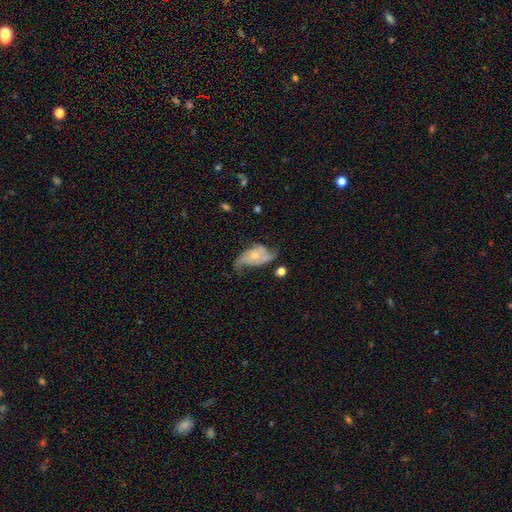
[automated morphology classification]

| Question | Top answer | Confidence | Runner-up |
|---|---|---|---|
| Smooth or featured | featured or disk | 74% | smooth (19%) |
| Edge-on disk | no | 96% | yes (4%) |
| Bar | no | 74% | weak (22%) |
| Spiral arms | yes | 88% | no (12%) |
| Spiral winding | loose | 42% | medium (40%) |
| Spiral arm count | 2 | 60% | 3 (16%) |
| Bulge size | small | 52% | moderate (39%) |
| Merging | none | 44% | minor disturbance (29%) |